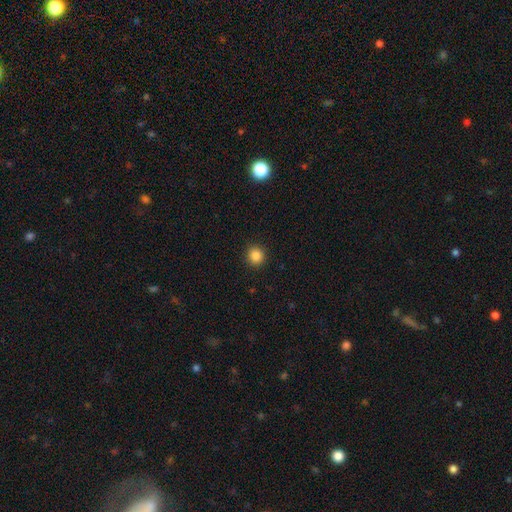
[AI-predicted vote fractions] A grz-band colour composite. It shows a smooth galaxy with no disk features (86%) that is round (92%). Merging: none (92%).